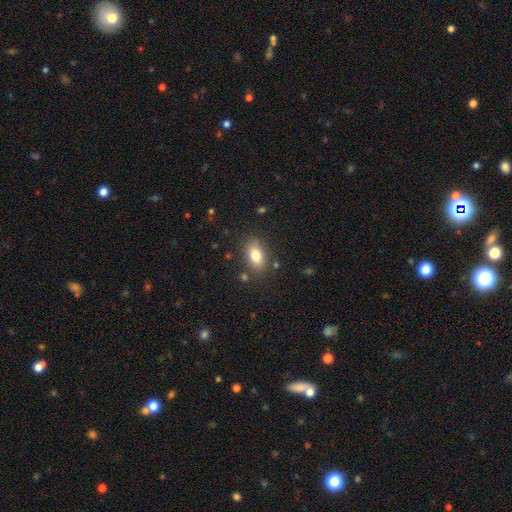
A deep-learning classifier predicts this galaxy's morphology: Smooth or featured?
  - smooth: 78% *
  - featured or disk: 13%
  - star or artifact: 9%
How rounded?
  - in between: 85% *
  - round: 11%
  - cigar-shaped: 4%
Merging?
  - none: 81% *
  - minor disturbance: 12%
  - major disturbance: 3%
  - merger: 3%